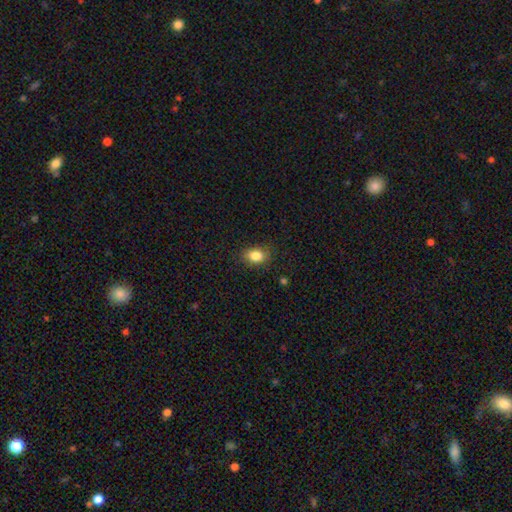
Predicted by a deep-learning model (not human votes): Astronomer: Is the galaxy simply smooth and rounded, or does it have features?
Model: smooth — 85%.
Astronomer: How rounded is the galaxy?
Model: in between — 68%.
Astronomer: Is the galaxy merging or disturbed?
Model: none — 84%.